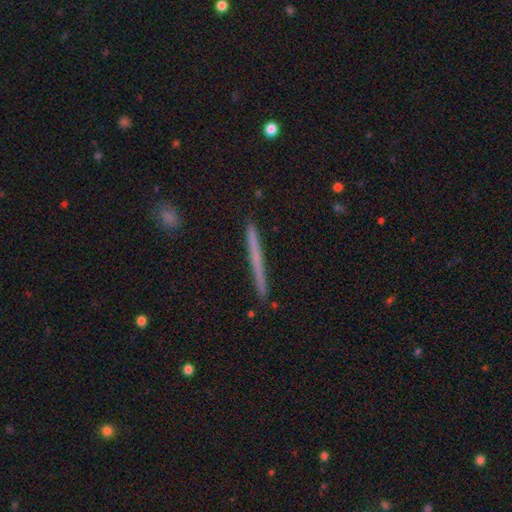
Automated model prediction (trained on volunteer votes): smooth_or_featured: smooth (p=0.50) [alt: featured or disk p=0.43]
how_rounded: cigar-shaped (p=0.97) [alt: in between p=0.02]
merging: none (p=0.91) [alt: minor disturbance p=0.07]